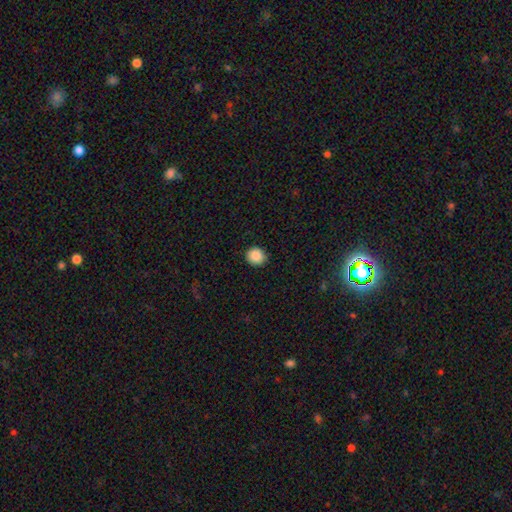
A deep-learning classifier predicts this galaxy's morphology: A smooth galaxy with no disk features (88%) that is round (81%). Merging: none (89%).